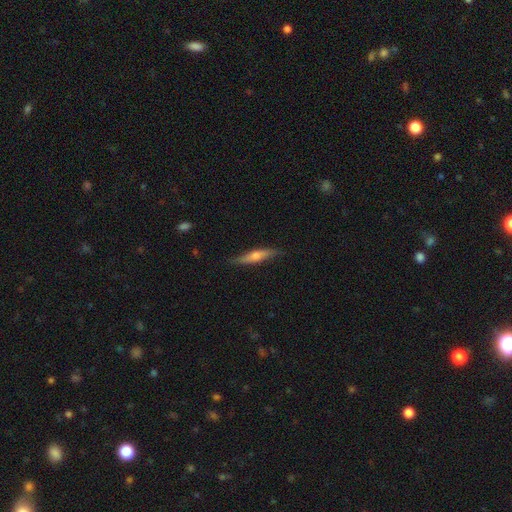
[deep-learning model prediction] smooth_or_featured: featured or disk (p=0.55) [alt: smooth p=0.39]
disk_edge_on: yes (p=0.93) [alt: no p=0.07]
edge_on_bulge: rounded (p=0.82) [alt: none p=0.10]
merging: none (p=0.85) [alt: minor disturbance p=0.12]